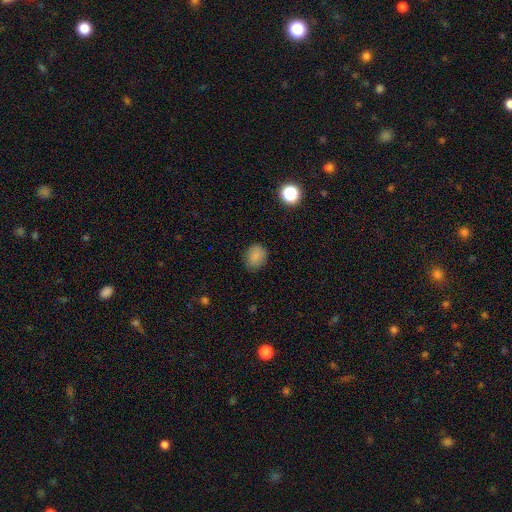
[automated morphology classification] A smooth galaxy with no disk features (84%) that is round (58%). Merging: none (82%).